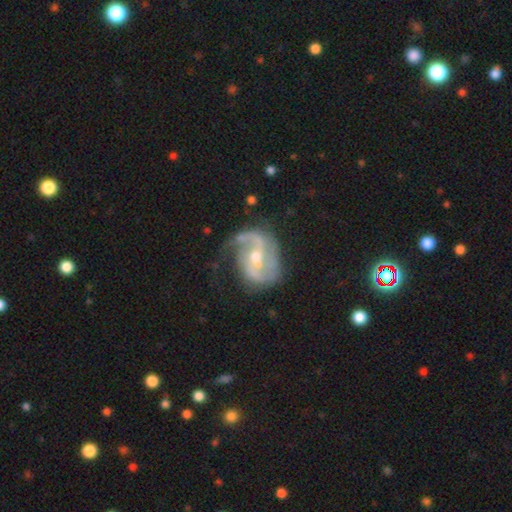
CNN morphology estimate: A featured or disk galaxy (88%) with a weak bar (46%), 2 (75%) medium (49%) spiral arms (96%) and a moderate central bulge (52%).

Vote fractions:
- Smooth or featured? featured or disk: 88% / smooth: 7% / star or artifact: 5%
- Edge-on disk? no: 98% / yes: 2%
- Bar? weak: 46% / no: 29% / strong: 25%
- Spiral arms? yes: 96% / no: 4%
- Spiral winding? medium: 49% / loose: 32% / tight: 19%
- Spiral arm count? 2: 75% / 1: 9% / can't tell: 7% / 3: 5% / 4: 2% / more than 4: 2%
- Bulge size? moderate: 52% / small: 44% / large: 2% / none: 1% / dominant: 1%
- Merging? none: 58% / minor disturbance: 24% / major disturbance: 16% / merger: 2%